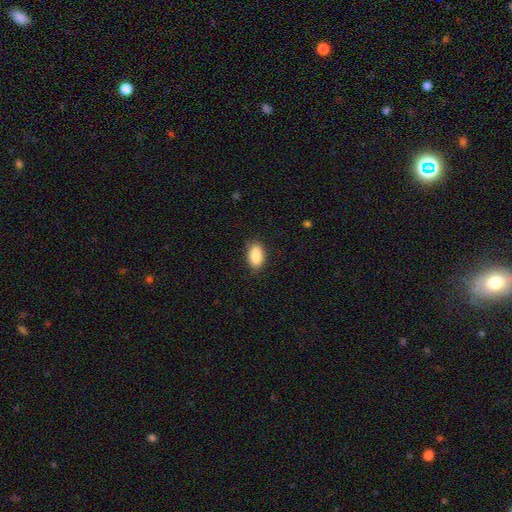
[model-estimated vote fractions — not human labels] smooth-or-featured: smooth: 89% | star or artifact: 7% | featured or disk: 5%
  how-rounded: in between: 92% | round: 6% | cigar-shaped: 2%
  merging: none: 84% | minor disturbance: 12% | major disturbance: 3% | merger: 1%